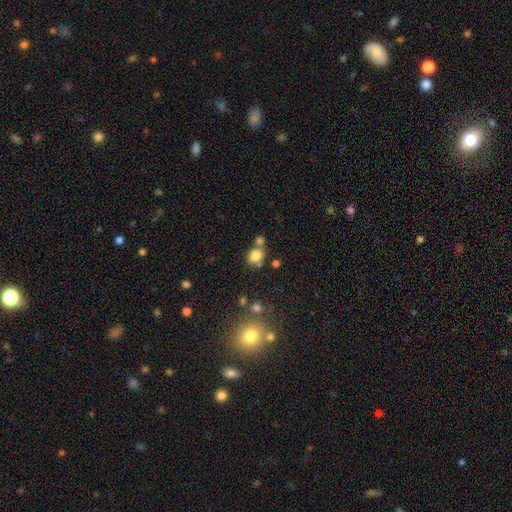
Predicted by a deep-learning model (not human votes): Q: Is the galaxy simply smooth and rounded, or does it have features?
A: smooth — 80%.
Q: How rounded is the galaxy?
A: round — 68%.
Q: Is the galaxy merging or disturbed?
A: none — 59%.